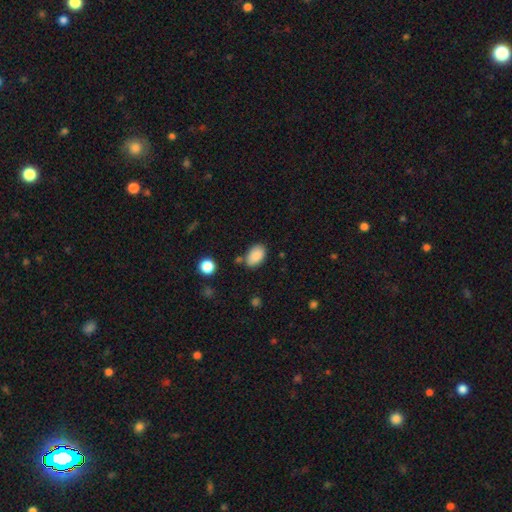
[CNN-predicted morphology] Smooth or featured: smooth — 87% (star or artifact — 8%)
How rounded: in between — 88% (round — 10%)
Merging: none — 74% (minor disturbance — 16%)